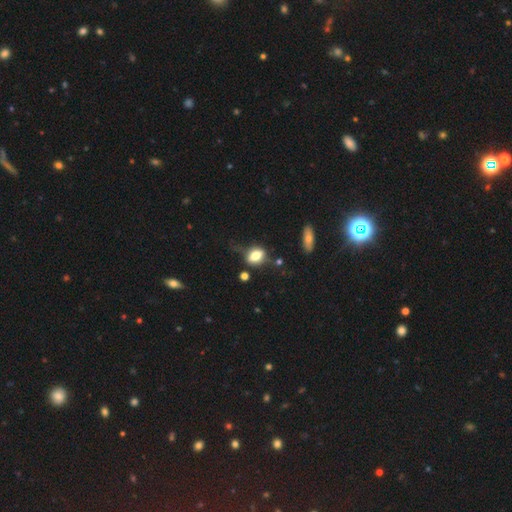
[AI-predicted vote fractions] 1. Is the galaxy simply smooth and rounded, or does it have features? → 70% smooth, 20% featured or disk, 10% star or artifact.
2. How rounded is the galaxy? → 72% in between, 24% round, 3% cigar-shaped.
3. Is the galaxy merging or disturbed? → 47% none, 28% minor disturbance, 18% major disturbance, 6% merger.